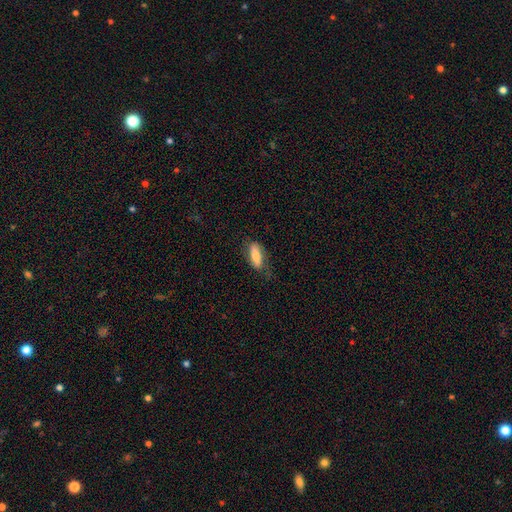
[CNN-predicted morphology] A smooth galaxy with no disk features (68%) that is in between round and cigar-shaped (70%).

Vote fractions:
- Smooth or featured? smooth: 68% / featured or disk: 26% / star or artifact: 6%
- How rounded? in between: 70% / cigar-shaped: 27% / round: 2%
- Merging? none: 67% / minor disturbance: 24% / major disturbance: 8% / merger: 1%